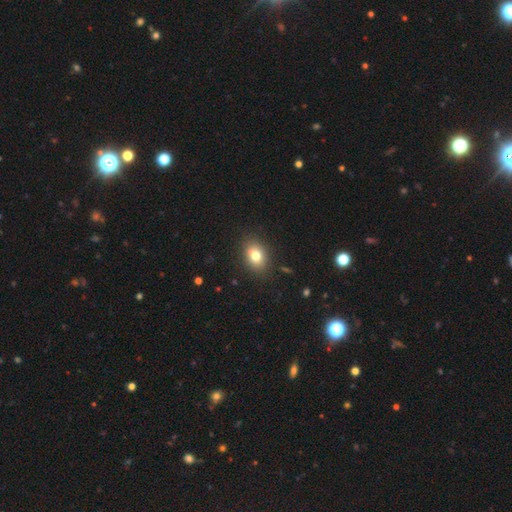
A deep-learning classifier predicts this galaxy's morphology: A smooth galaxy with no disk features (79%) that is in between round and cigar-shaped (66%).

Vote fractions:
- Smooth or featured? smooth: 79% / featured or disk: 11% / star or artifact: 10%
- How rounded? in between: 66% / round: 33% / cigar-shaped: 1%
- Merging? none: 87% / minor disturbance: 9% / major disturbance: 3% / merger: 1%